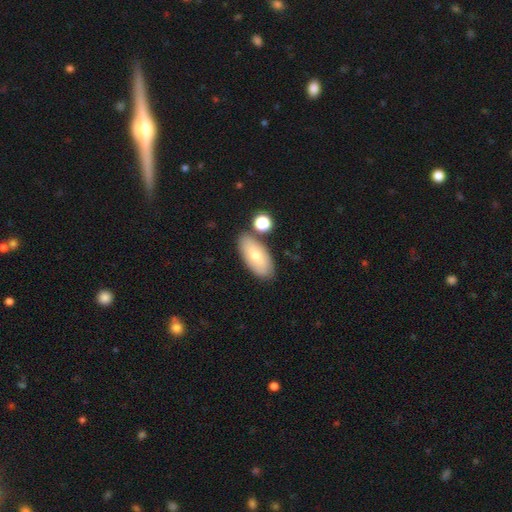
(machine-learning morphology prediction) smooth 69%, featured or disk 24%, star or artifact 7%. Down the decision tree: how rounded — in between (90%); merging — none (77%).